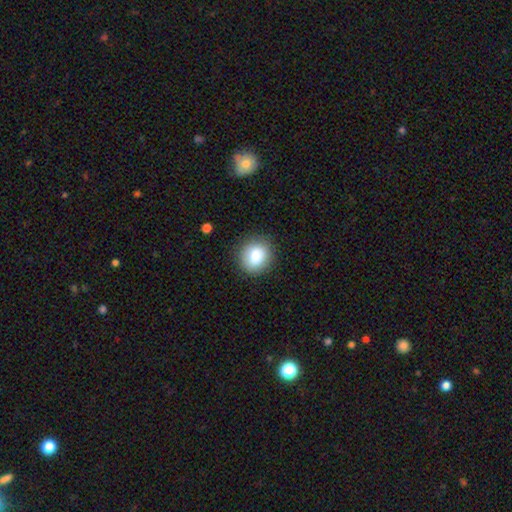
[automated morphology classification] Smooth or featured? Predicted: smooth (p=0.83). How rounded? Predicted: round (p=0.77). Merging? Predicted: none (p=0.86).